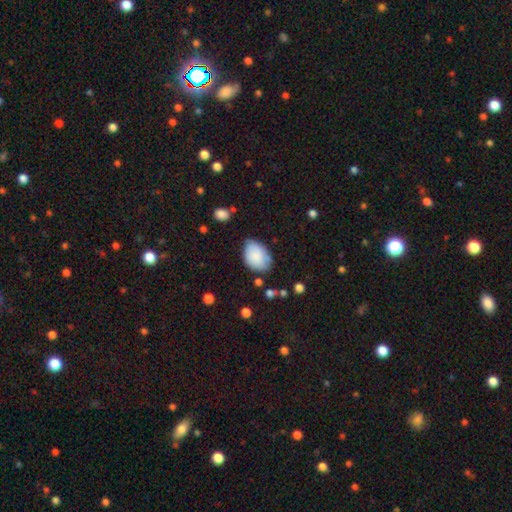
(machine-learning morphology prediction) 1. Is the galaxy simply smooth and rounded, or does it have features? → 83% smooth, 10% featured or disk, 7% star or artifact.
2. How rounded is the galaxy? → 85% in between, 14% round, 1% cigar-shaped.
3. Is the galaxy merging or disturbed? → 62% none, 28% minor disturbance, 7% major disturbance, 4% merger.